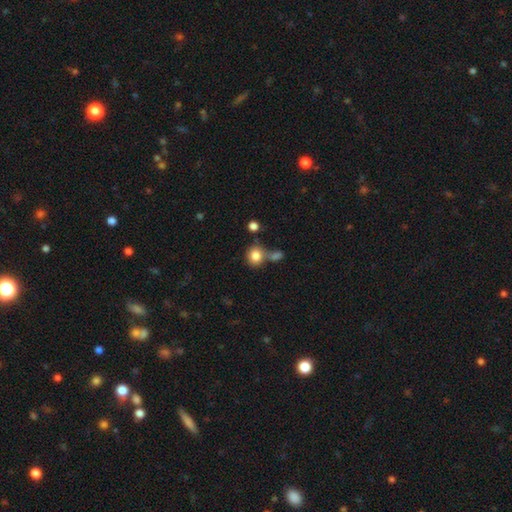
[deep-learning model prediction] This is clearly a smooth galaxy (82%). How rounded: likely round (74%). Merging: possibly none (55%).